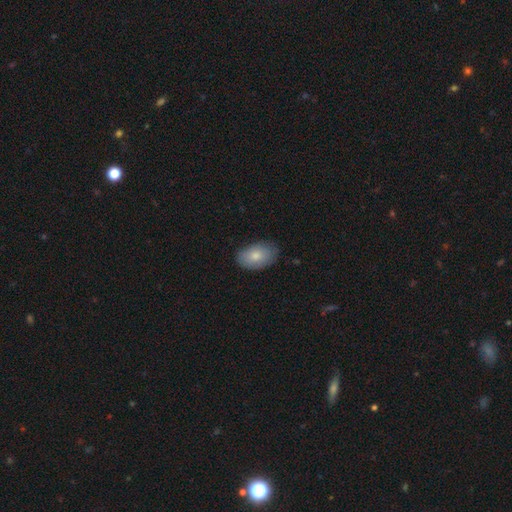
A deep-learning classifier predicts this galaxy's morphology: Smooth or featured: smooth — 79% (featured or disk — 15%)
How rounded: in between — 92% (round — 7%)
Merging: none — 79% (minor disturbance — 17%)